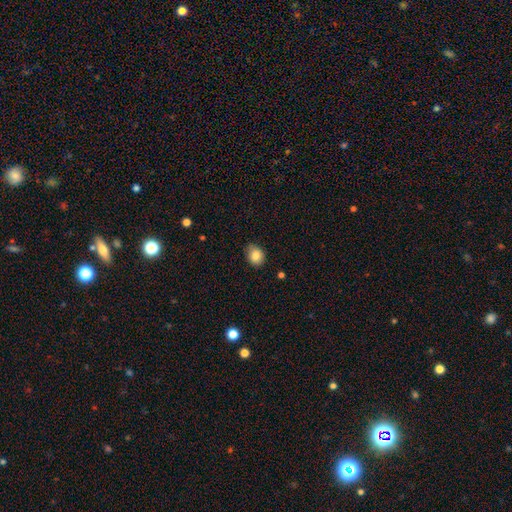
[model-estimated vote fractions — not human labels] Smooth or featured? smooth (85%)
How rounded? round (53%)
Merging? none (77%)